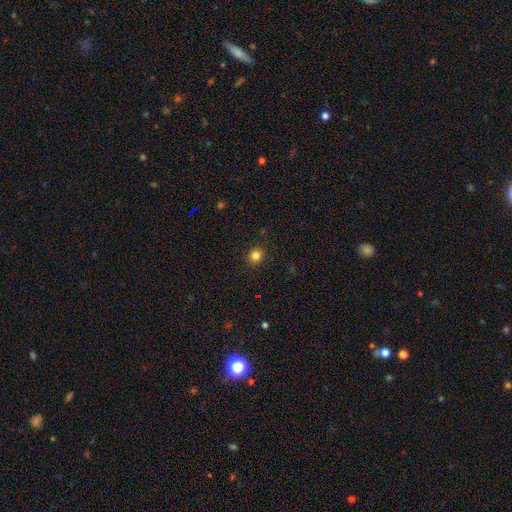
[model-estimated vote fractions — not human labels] smooth 83%, star or artifact 13%, featured or disk 5%. Down the decision tree: how rounded — round (88%); merging — none (90%).